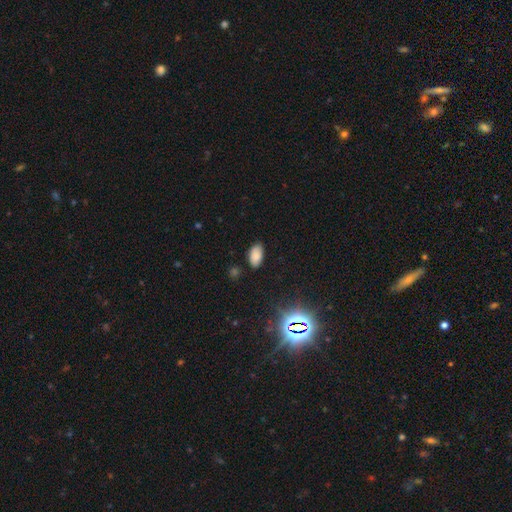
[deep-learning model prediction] Smooth or featured? smooth (83%)
How rounded? in between (94%)
Merging? none (81%)